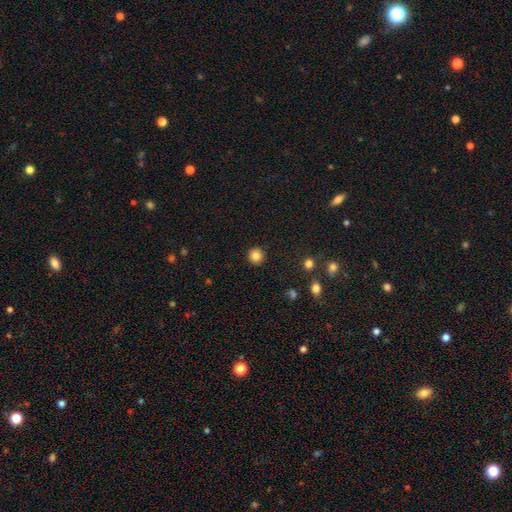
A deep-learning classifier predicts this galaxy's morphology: Overall: smooth (84%). How rounded: round (95%). Merging: none (92%).